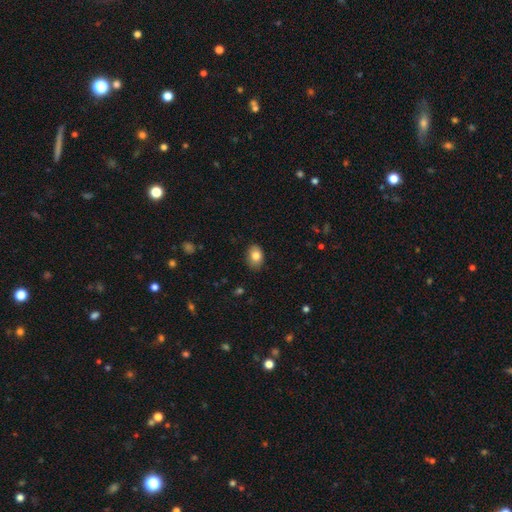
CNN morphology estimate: type=smooth (83%); roundness=in between (80%); merging=none (84%).